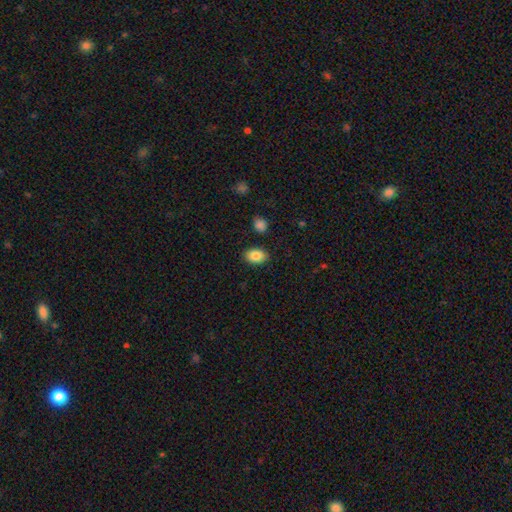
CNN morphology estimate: This is clearly a smooth galaxy (85%). How rounded: clearly in between (84%). Merging: clearly none (87%).